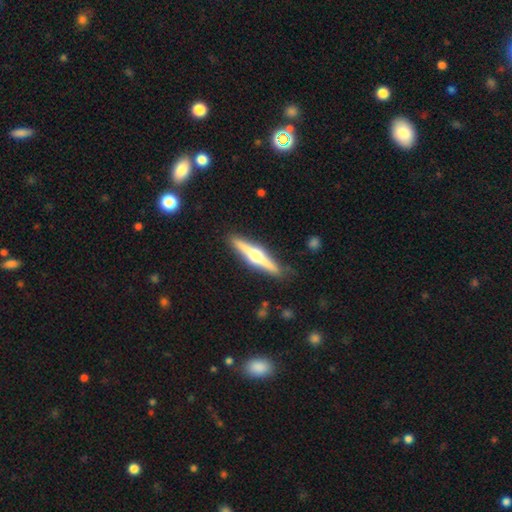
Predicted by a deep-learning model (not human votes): This appears to be a featured or disk galaxy (73%) viewed edge-on (98%) with a rounded central bulge (95%). Merging: none (89%).